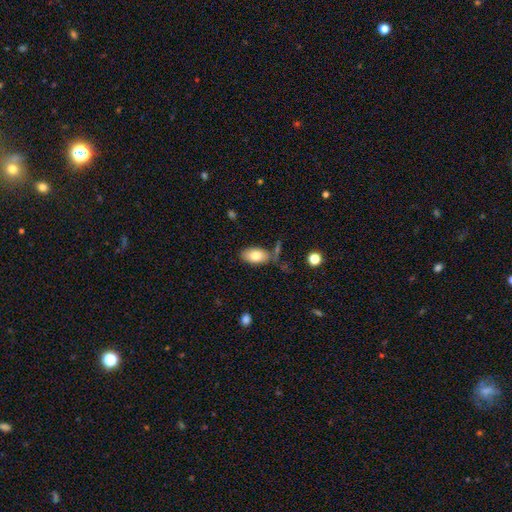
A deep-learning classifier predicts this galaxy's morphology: This appears to be a smooth galaxy with no disk features (78%) that is in between round and cigar-shaped (93%). Merging: none (68%).